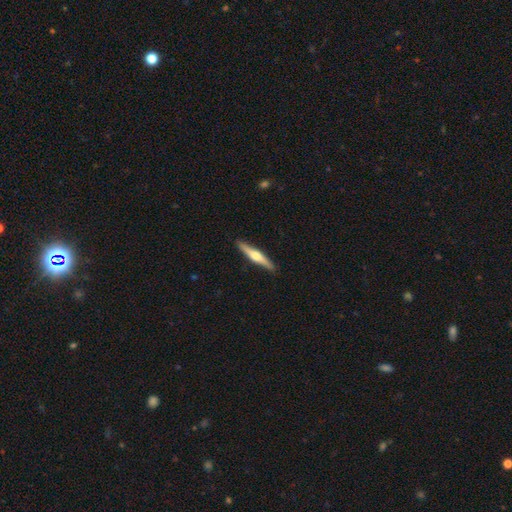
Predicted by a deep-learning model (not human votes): featured or disk 65%, smooth 30%, star or artifact 5%. Down the decision tree: edge-on disk — yes (97%); edge-on bulge — rounded (92%); merging — none (91%).